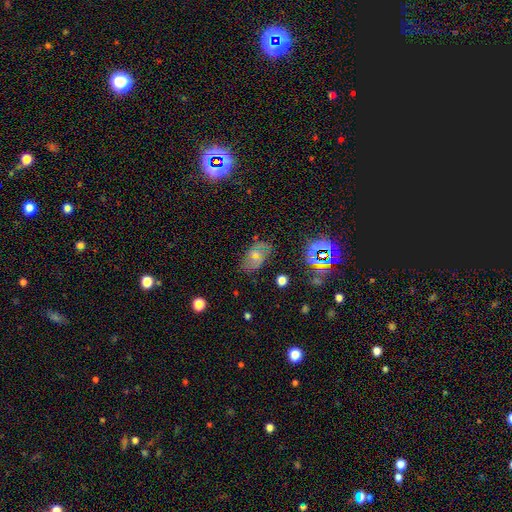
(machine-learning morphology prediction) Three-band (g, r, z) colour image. It shows a featured or disk galaxy (41%). Merging: none (69%).